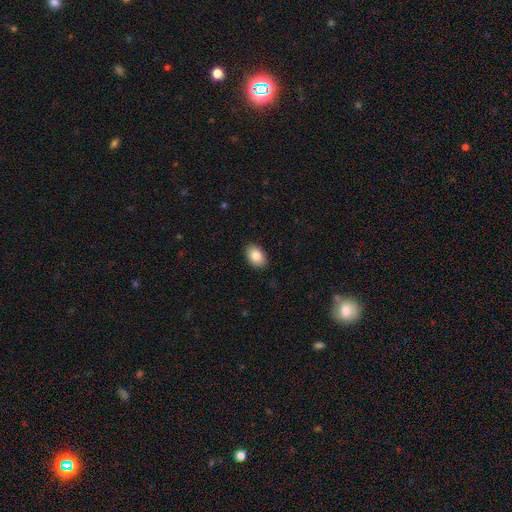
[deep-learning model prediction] A smooth galaxy with no disk features (85%) that is in between round and cigar-shaped (85%). Merging: none (90%).